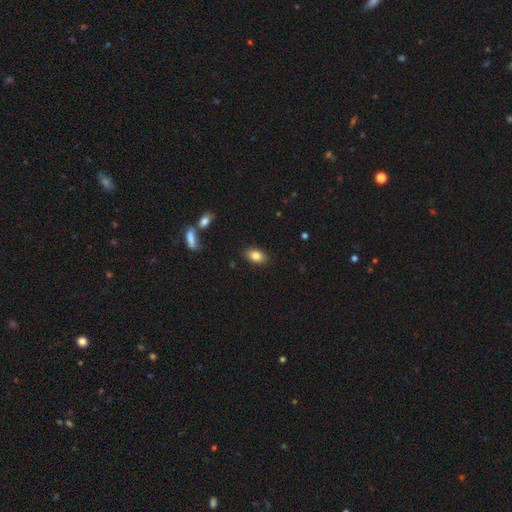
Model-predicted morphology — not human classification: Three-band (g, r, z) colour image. It shows a smooth galaxy with no disk features (84%) that is in between round and cigar-shaped (89%). Merging: none (87%).